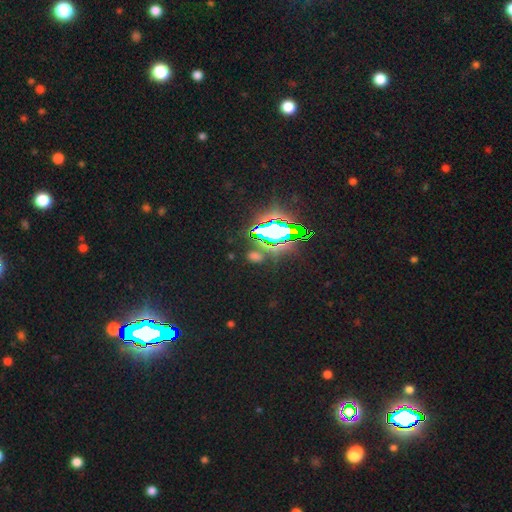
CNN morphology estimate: This is possibly a star or artifact rather than a galaxy (53%).